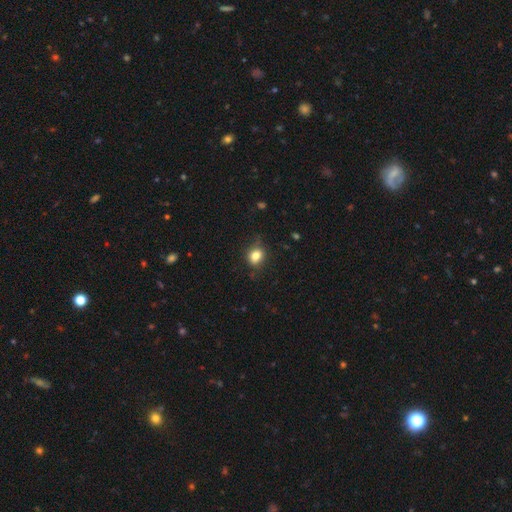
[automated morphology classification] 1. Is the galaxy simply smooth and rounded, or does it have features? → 82% smooth, 10% star or artifact, 7% featured or disk.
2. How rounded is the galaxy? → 54% round, 45% in between, 1% cigar-shaped.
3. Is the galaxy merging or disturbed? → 74% none, 20% minor disturbance, 5% major disturbance, 1% merger.